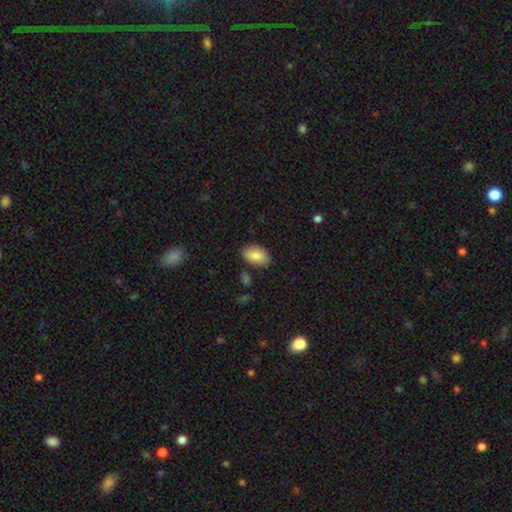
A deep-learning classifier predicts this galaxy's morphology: smooth 82%, featured or disk 11%, star or artifact 7%. Down the decision tree: how rounded — in between (91%); merging — none (82%).